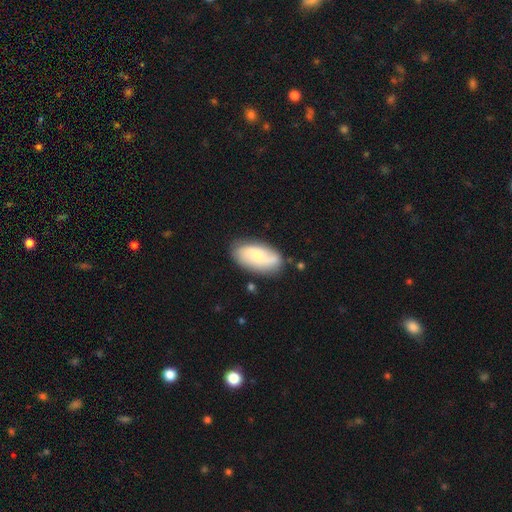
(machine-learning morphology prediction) Q: Smooth or featured?
A: smooth (53%); runner-up: featured or disk (40%)
Q: How rounded?
A: in between (92%); runner-up: cigar-shaped (4%)
Q: Merging?
A: none (75%); runner-up: minor disturbance (17%)